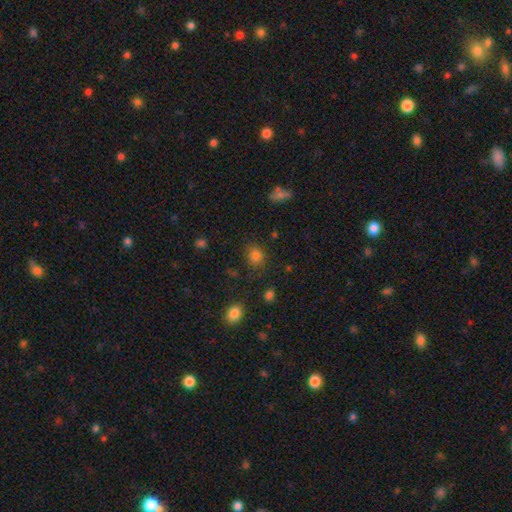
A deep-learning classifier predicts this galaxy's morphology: Overall: smooth (79%). How rounded: round (69%; in between 30%). Merging: none (80%).